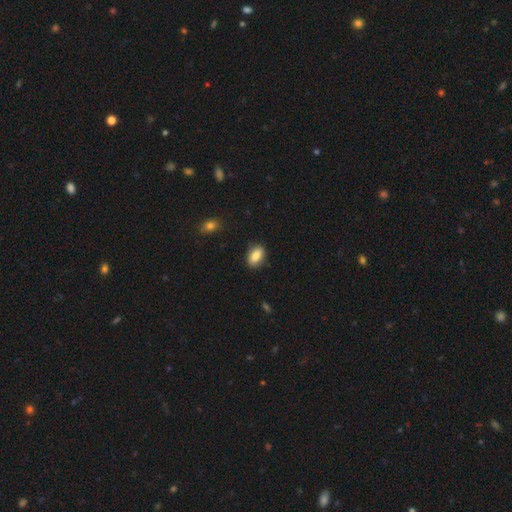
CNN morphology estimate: Smooth or featured?
  - smooth: 84% *
  - featured or disk: 8%
  - star or artifact: 7%
How rounded?
  - in between: 87% *
  - round: 8%
  - cigar-shaped: 5%
Merging?
  - none: 85% *
  - minor disturbance: 11%
  - major disturbance: 2%
  - merger: 1%